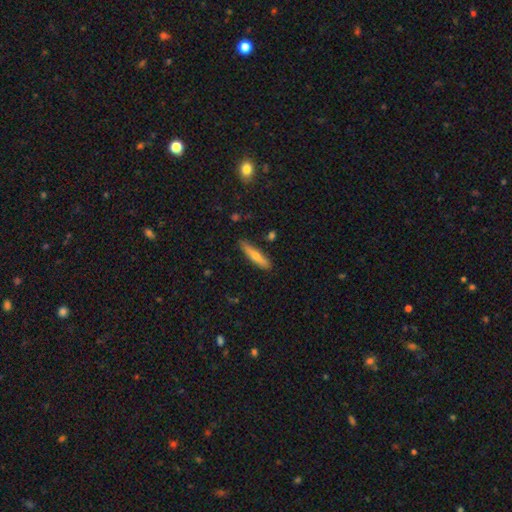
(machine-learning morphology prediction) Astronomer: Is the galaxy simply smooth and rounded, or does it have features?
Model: smooth — 54% (runner-up: featured or disk, 39%).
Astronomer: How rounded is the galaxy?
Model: cigar-shaped — 87%.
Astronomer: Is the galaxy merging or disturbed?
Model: none — 85%.